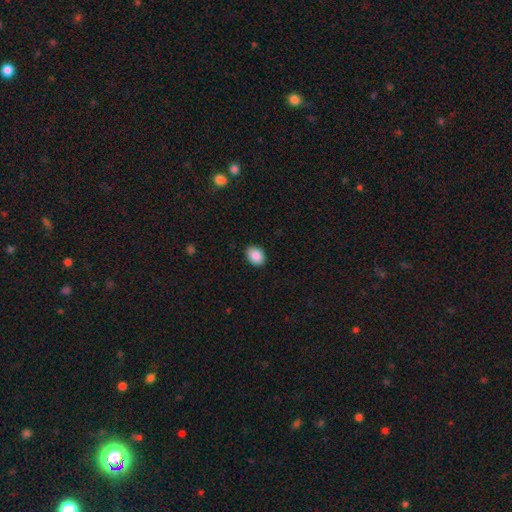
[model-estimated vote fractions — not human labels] A smooth galaxy with no disk features (89%) that is in between round and cigar-shaped (63%).

Vote fractions:
- Smooth or featured? smooth: 89% / star or artifact: 8% / featured or disk: 3%
- How rounded? in between: 63% / round: 36% / cigar-shaped: 1%
- Merging? none: 88% / minor disturbance: 9% / major disturbance: 2% / merger: 1%